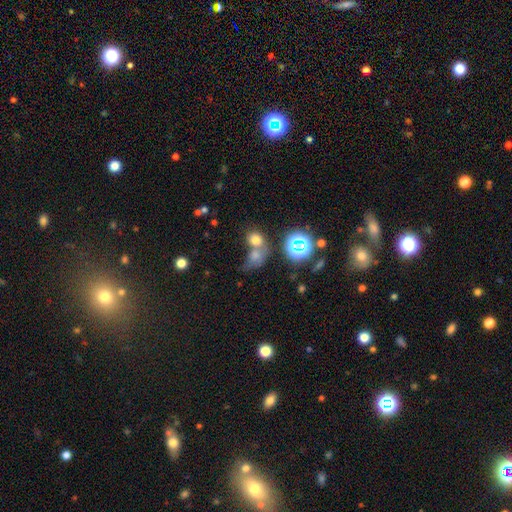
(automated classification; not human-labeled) A smooth galaxy with no disk features (57%) that is round (58%).

Vote fractions:
- Smooth or featured? smooth: 57% / star or artifact: 29% / featured or disk: 14%
- How rounded? round: 58% / in between: 40% / cigar-shaped: 3%
- Merging? merger: 44% / none: 37% / minor disturbance: 11% / major disturbance: 8%